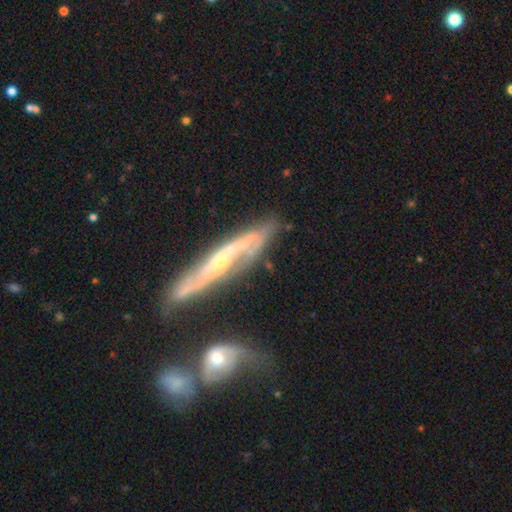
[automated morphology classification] Smooth or featured? Predicted: featured or disk (p=0.78). Edge-on disk? Predicted: no (p=0.58). Merging? Predicted: none (p=0.51).